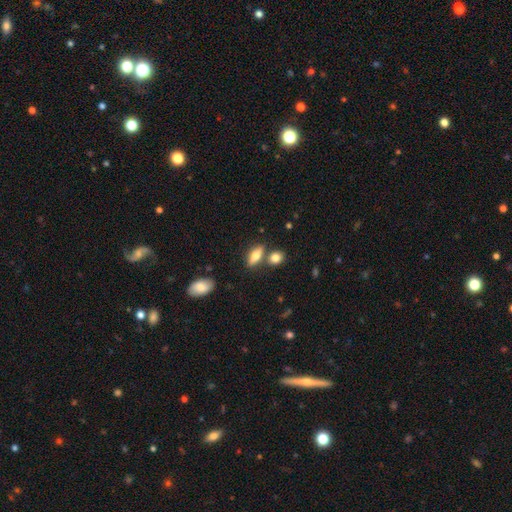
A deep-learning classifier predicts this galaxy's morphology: type=smooth (70%); roundness=in between (70%); merging=none (70%).